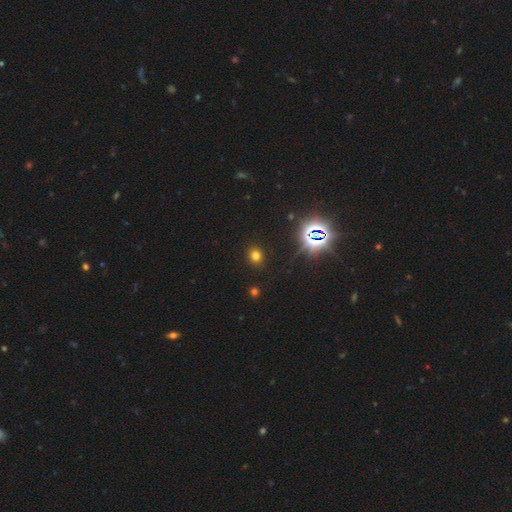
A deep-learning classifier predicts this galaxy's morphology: Smooth or featured? Predicted: smooth (p=0.68). How rounded? Predicted: round (p=0.72). Merging? Predicted: none (p=0.89).